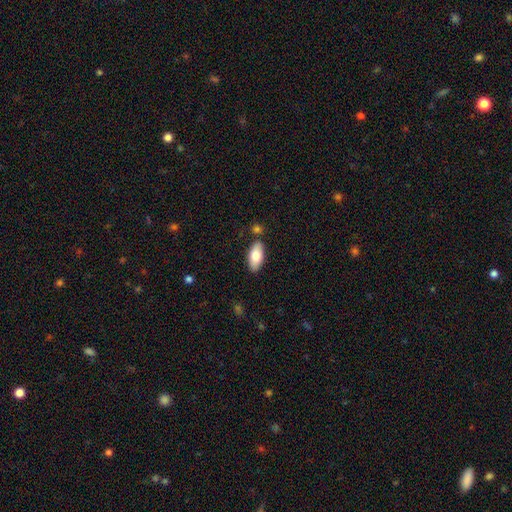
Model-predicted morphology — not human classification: smooth 79%, featured or disk 15%, star or artifact 6%. Down the decision tree: how rounded — in between (90%); merging — none (81%).